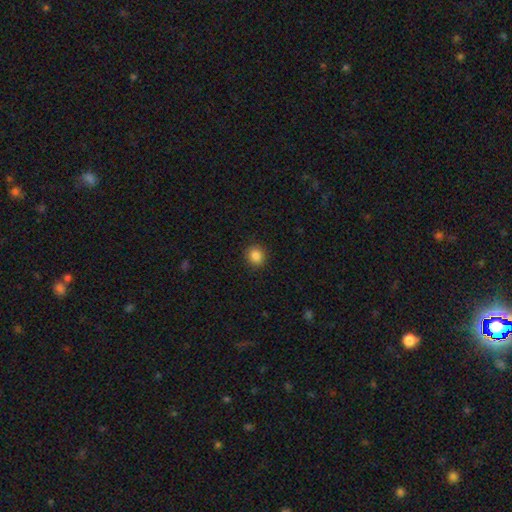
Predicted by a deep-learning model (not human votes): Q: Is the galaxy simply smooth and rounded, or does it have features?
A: smooth — 86%.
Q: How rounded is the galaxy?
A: round — 85%.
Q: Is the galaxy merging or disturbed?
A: none — 91%.